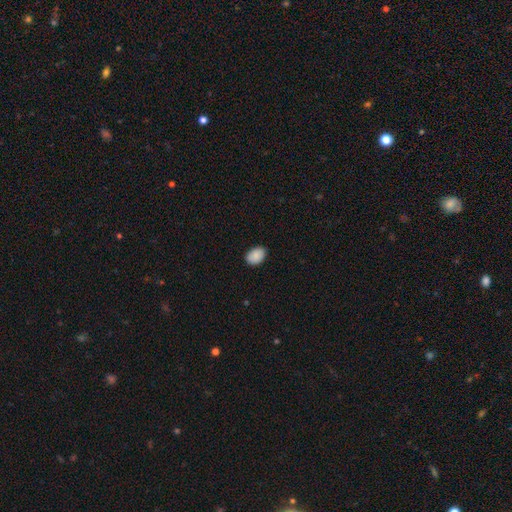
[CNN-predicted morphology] Smooth or featured? Predicted: smooth (p=0.89). How rounded? Predicted: in between (p=0.77). Merging? Predicted: none (p=0.85).